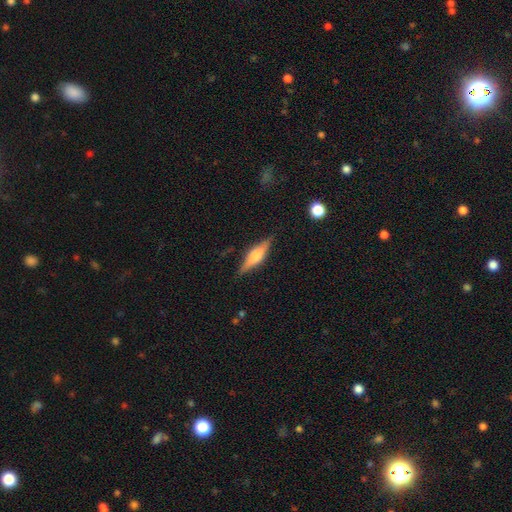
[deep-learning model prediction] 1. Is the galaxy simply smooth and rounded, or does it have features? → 54% featured or disk, 39% smooth, 7% star or artifact.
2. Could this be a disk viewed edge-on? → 95% yes, 5% no.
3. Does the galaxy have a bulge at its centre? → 77% rounded, 18% boxy, 5% none.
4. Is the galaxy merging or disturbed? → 85% none, 11% minor disturbance, 3% major disturbance, 1% merger.